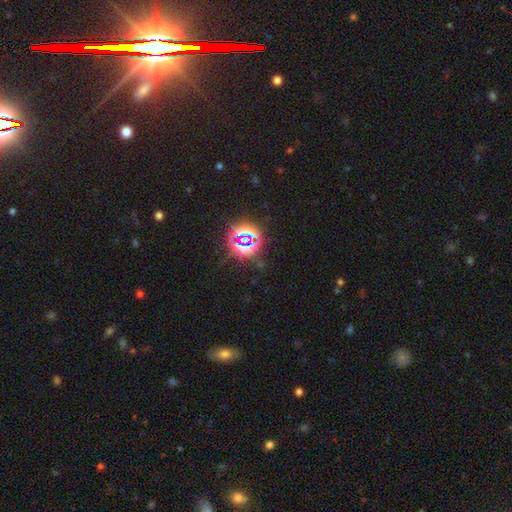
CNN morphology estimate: Smooth or featured?
  - star or artifact: 74% *
  - smooth: 17%
  - featured or disk: 9%